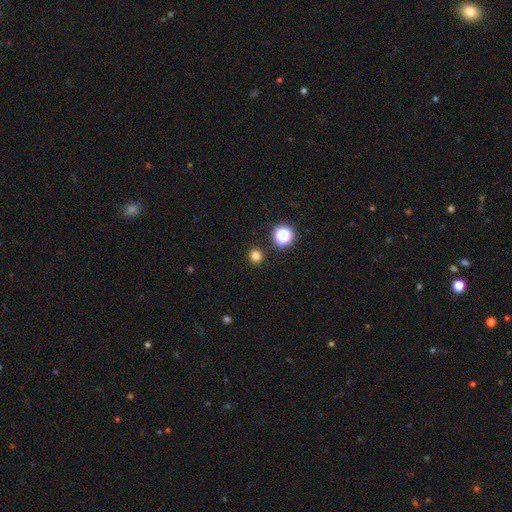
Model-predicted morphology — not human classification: Smooth or featured? smooth (79%)
How rounded? round (93%)
Merging? none (91%)